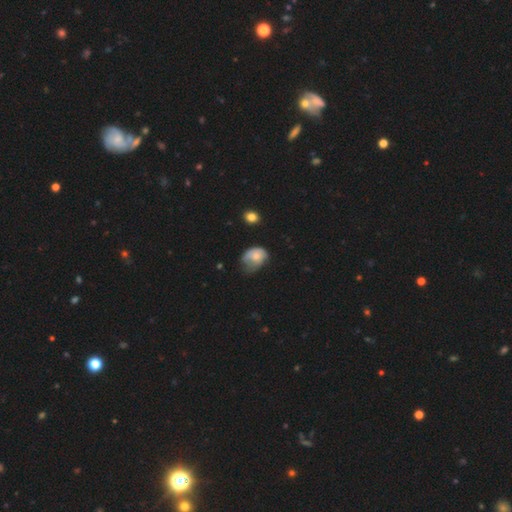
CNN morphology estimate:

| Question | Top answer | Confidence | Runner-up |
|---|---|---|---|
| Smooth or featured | smooth | 67% | featured or disk (24%) |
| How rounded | in between | 61% | round (38%) |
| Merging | minor disturbance | 43% | major disturbance (30%) |